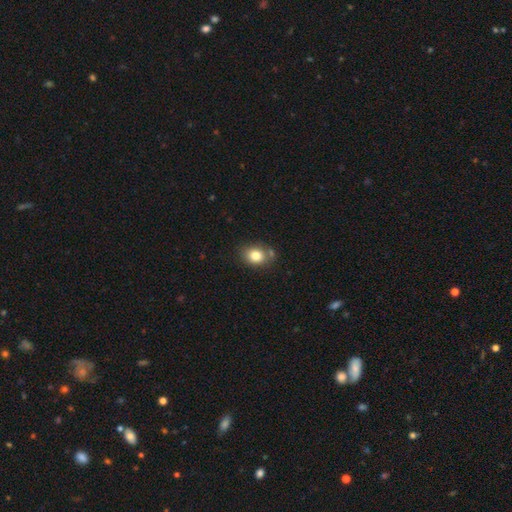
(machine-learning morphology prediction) A smooth galaxy with no disk features (81%) that is in between round and cigar-shaped (52%). Merging: none (69%).